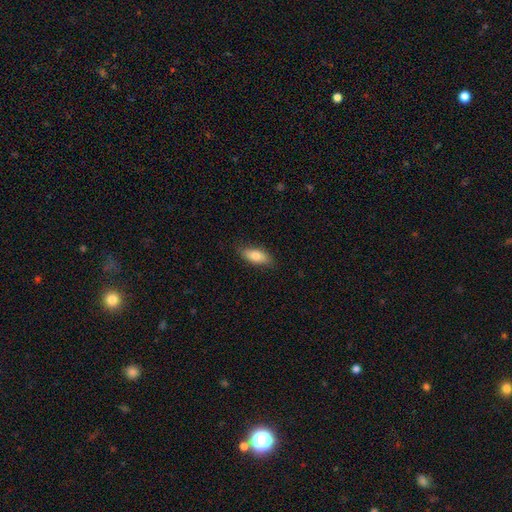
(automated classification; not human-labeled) Q: Smooth or featured?
A: smooth (78%); runner-up: featured or disk (15%)
Q: How rounded?
A: in between (78%); runner-up: cigar-shaped (19%)
Q: Merging?
A: none (83%); runner-up: minor disturbance (13%)